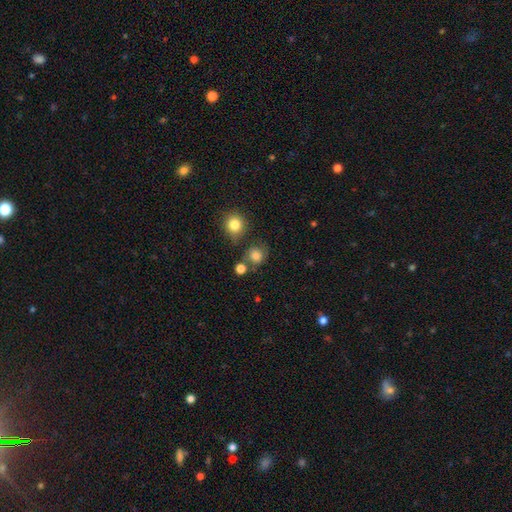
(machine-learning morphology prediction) Smooth or featured?
  - smooth: 77% *
  - star or artifact: 13%
  - featured or disk: 9%
How rounded?
  - round: 85% *
  - in between: 14%
  - cigar-shaped: 1%
Merging?
  - none: 69% *
  - minor disturbance: 14%
  - merger: 11%
  - major disturbance: 6%